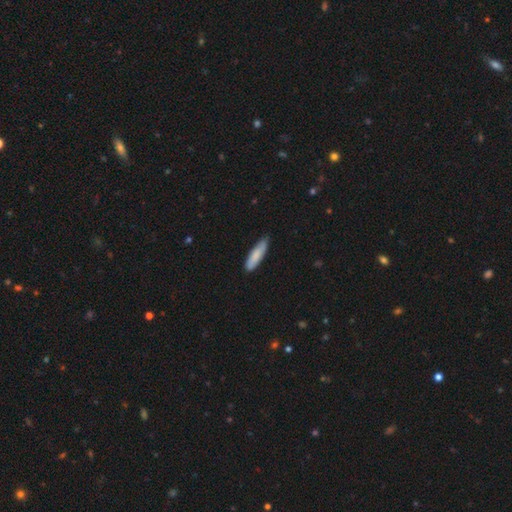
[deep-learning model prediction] smooth_or_featured: smooth (p=0.83) [alt: featured or disk p=0.12]
how_rounded: cigar-shaped (p=0.69) [alt: in between p=0.29]
merging: none (p=0.79) [alt: minor disturbance p=0.18]